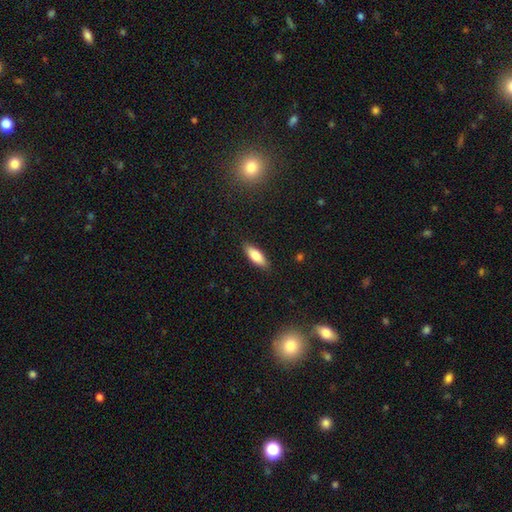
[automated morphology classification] A smooth galaxy with no disk features (80%) that is in between round and cigar-shaped (66%). Merging: none (87%).